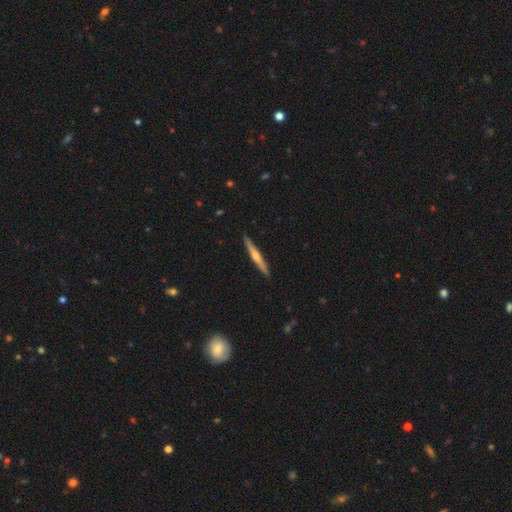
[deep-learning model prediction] Q: Smooth or featured?
A: featured or disk (61%); runner-up: smooth (34%)
Q: Edge-on disk?
A: yes (97%); runner-up: no (3%)
Q: Edge-on bulge?
A: rounded (78%); runner-up: none (17%)
Q: Merging?
A: none (91%); runner-up: minor disturbance (6%)